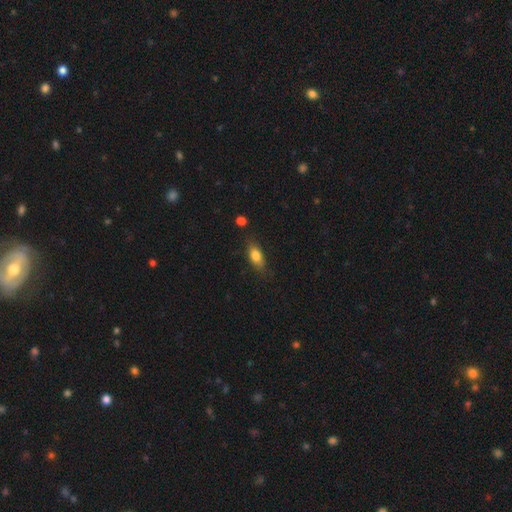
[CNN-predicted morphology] smooth_or_featured: smooth (p=0.80) [alt: featured or disk p=0.13]
how_rounded: in between (p=0.80) [alt: cigar-shaped p=0.15]
merging: none (p=0.77) [alt: minor disturbance p=0.17]